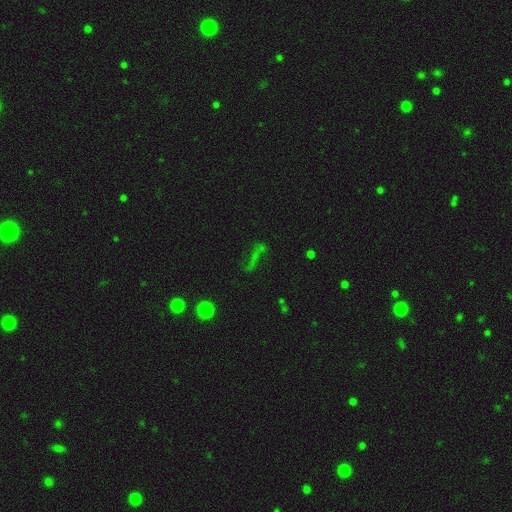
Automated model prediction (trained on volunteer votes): This appears to be a star or artifact, not a galaxy (40%).